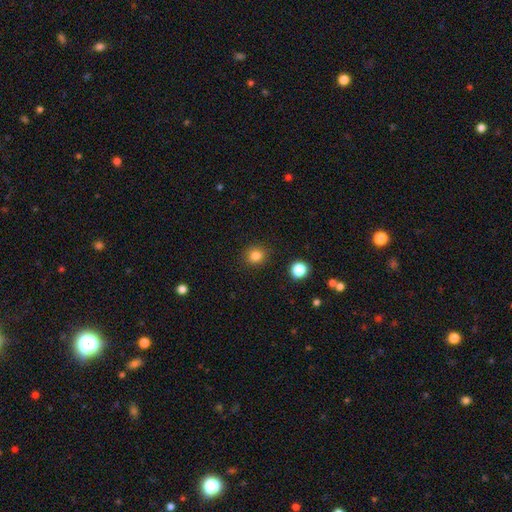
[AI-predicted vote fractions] Smooth or featured? smooth (82%)
How rounded? round (79%)
Merging? none (89%)